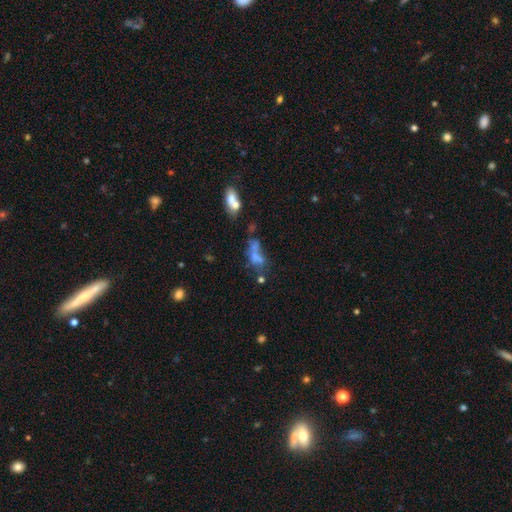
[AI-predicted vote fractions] smooth 43%, featured or disk 38%, star or artifact 19%. Down the decision tree: merging — merger (42%).